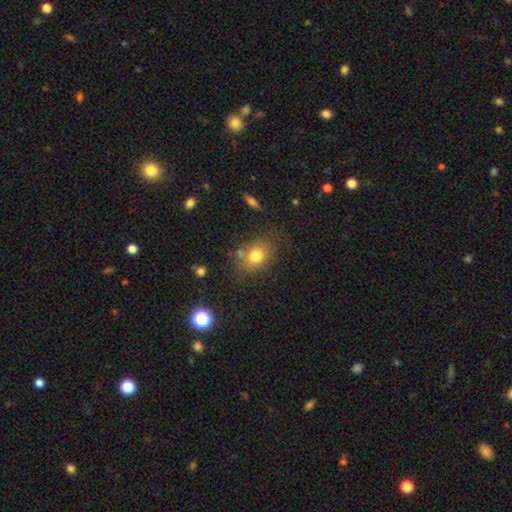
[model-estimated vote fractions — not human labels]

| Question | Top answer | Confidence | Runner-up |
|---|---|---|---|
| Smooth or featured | smooth | 77% | star or artifact (12%) |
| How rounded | in between | 54% | round (44%) |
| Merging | none | 69% | minor disturbance (16%) |